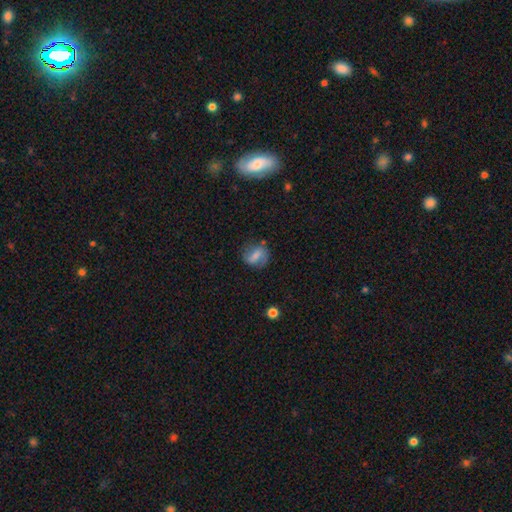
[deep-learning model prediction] featured or disk 46%, smooth 45%, star or artifact 9%. Down the decision tree: merging — none (67%).